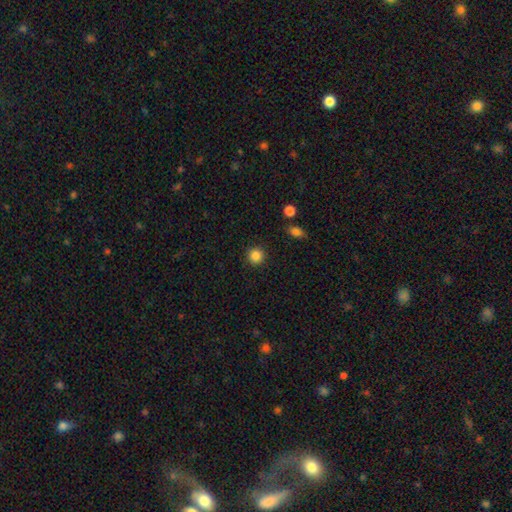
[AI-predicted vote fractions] Morphology: type=smooth (85%); roundness=round (94%); merging=none (91%).